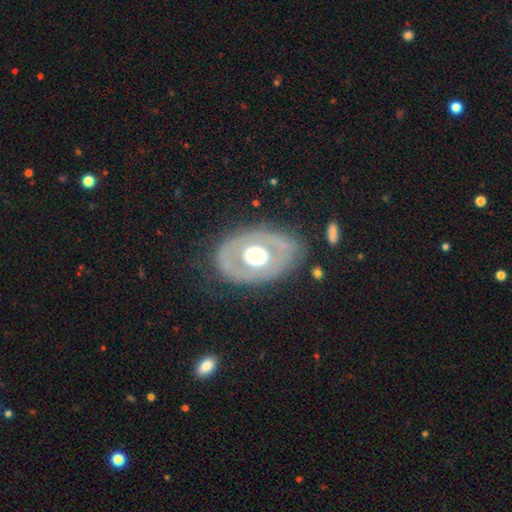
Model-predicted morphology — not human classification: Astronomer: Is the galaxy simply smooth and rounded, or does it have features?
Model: featured or disk — 57% (runner-up: smooth, 37%).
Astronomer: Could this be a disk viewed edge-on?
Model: no — 92%.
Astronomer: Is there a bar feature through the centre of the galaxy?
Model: no — 90%.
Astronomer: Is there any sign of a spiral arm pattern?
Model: no — 88%.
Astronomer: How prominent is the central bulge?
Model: large — 45% (runner-up: moderate, 43%).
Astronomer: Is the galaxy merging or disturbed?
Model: none — 74%.